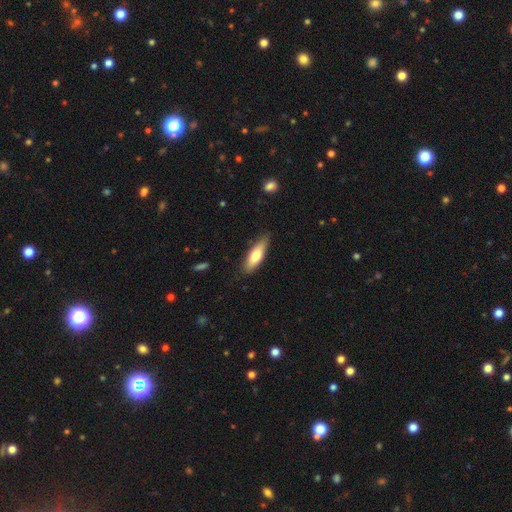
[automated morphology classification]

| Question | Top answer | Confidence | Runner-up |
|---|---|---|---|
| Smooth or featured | smooth | 70% | featured or disk (24%) |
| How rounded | cigar-shaped | 53% | in between (45%) |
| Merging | none | 79% | minor disturbance (17%) |